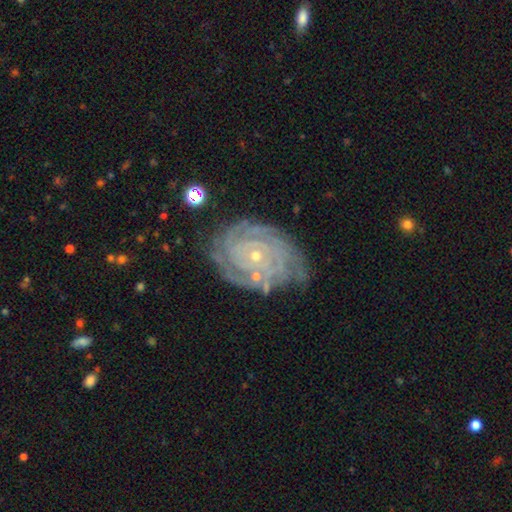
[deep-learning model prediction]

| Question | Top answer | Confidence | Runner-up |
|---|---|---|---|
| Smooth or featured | featured or disk | 89% | star or artifact (6%) |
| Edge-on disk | no | 97% | yes (3%) |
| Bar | no | 76% | weak (18%) |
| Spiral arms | yes | 98% | no (2%) |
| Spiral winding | tight | 85% | medium (13%) |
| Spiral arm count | can't tell | 24% | 4 (20%) |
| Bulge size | small | 81% | moderate (15%) |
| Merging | none | 70% | minor disturbance (20%) |